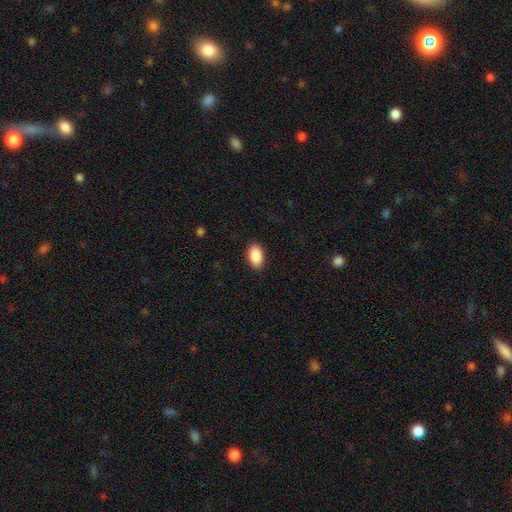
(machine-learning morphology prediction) Smooth or featured?
  - smooth: 90% *
  - star or artifact: 7%
  - featured or disk: 4%
How rounded?
  - in between: 94% *
  - round: 4%
  - cigar-shaped: 2%
Merging?
  - none: 89% *
  - minor disturbance: 8%
  - major disturbance: 2%
  - merger: 1%